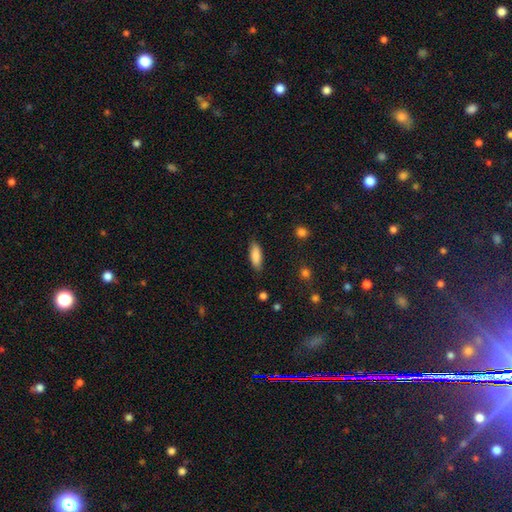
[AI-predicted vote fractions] Morphology: type=smooth (86%); roundness=in between (63%); merging=none (84%).